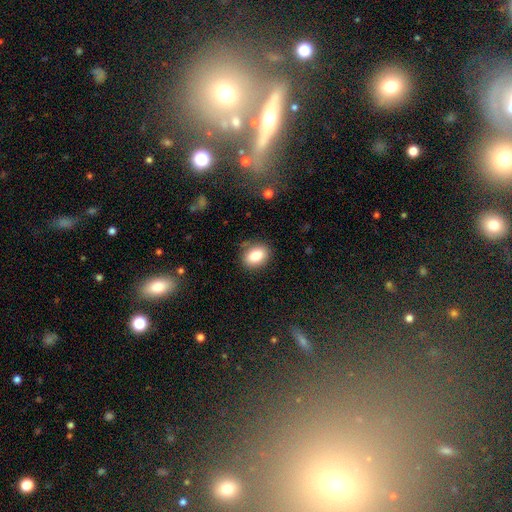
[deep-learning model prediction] The model was most divided on "how rounded": in between: 64%, round: 35%, cigar-shaped: 1%. More confident: merging — none (84%); smooth or featured — smooth (82%).